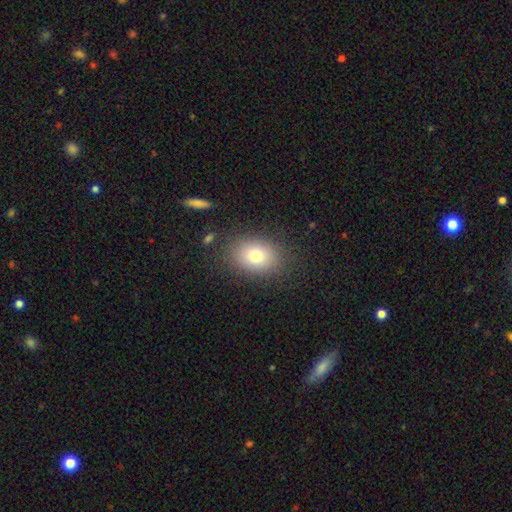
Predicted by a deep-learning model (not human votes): Smooth or featured?
  - smooth: 78% *
  - featured or disk: 12%
  - star or artifact: 10%
How rounded?
  - in between: 70% *
  - round: 29%
  - cigar-shaped: 1%
Merging?
  - none: 84% *
  - minor disturbance: 10%
  - major disturbance: 4%
  - merger: 2%